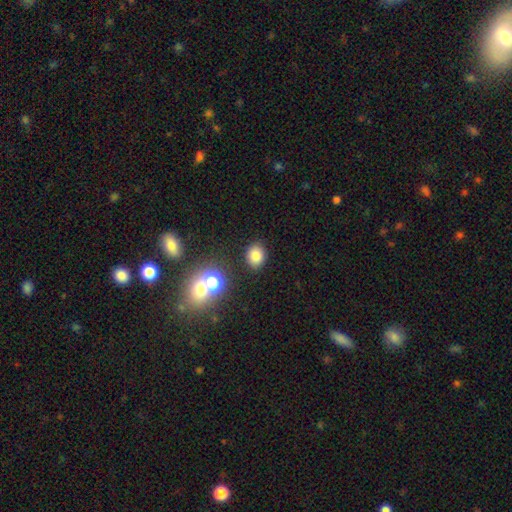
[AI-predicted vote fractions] Smooth or featured? smooth (79%)
How rounded? in between (51%)
Merging? none (85%)